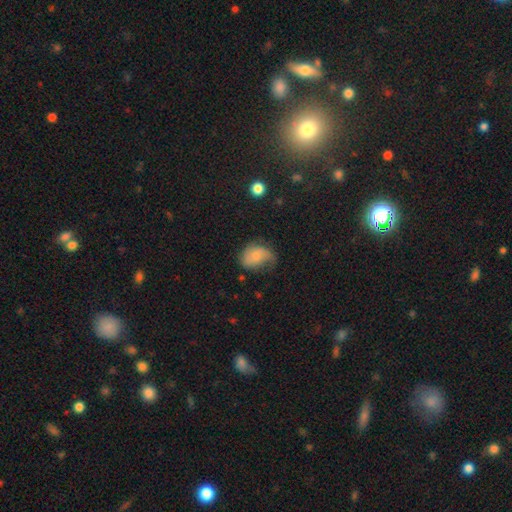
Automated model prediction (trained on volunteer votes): A smooth galaxy with no disk features (54%) that is in between round and cigar-shaped (62%).

Vote fractions:
- Smooth or featured? smooth: 54% / featured or disk: 36% / star or artifact: 9%
- How rounded? in between: 62% / round: 37% / cigar-shaped: 1%
- Merging? none: 39% / minor disturbance: 34% / major disturbance: 25% / merger: 2%